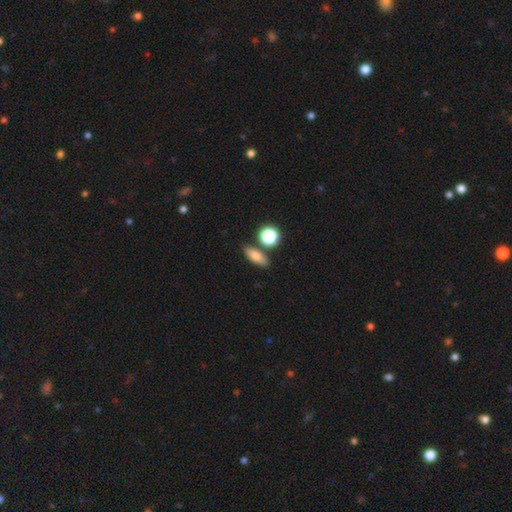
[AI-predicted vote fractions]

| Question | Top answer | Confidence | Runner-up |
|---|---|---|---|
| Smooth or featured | smooth | 78% | featured or disk (11%) |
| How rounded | in between | 66% | cigar-shaped (21%) |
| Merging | none | 76% | minor disturbance (11%) |